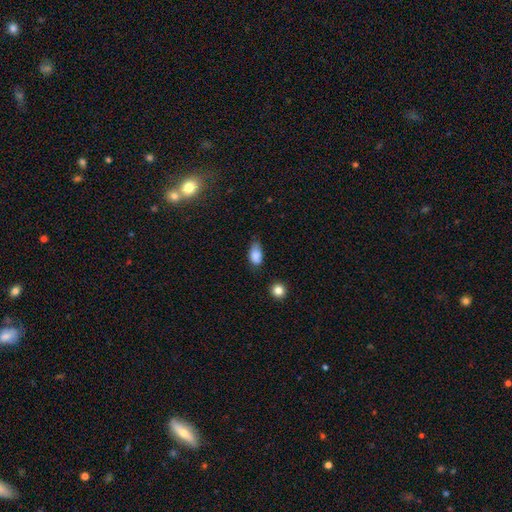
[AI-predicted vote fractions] This appears to be a smooth galaxy with no disk features (85%) that is in between round and cigar-shaped (88%). Merging: none (48%).